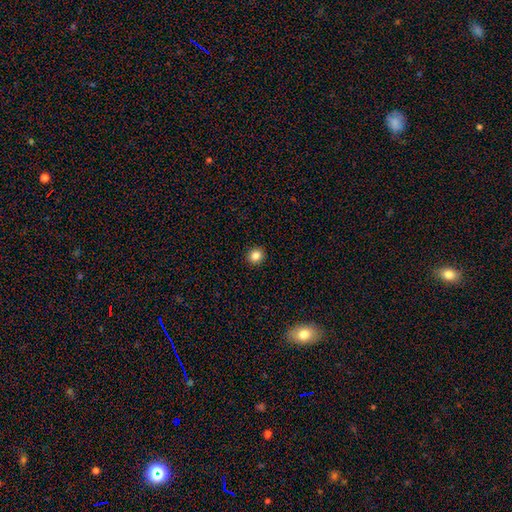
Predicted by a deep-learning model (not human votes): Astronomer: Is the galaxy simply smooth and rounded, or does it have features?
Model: smooth — 85%.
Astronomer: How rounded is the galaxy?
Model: round — 86%.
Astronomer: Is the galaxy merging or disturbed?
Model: none — 93%.